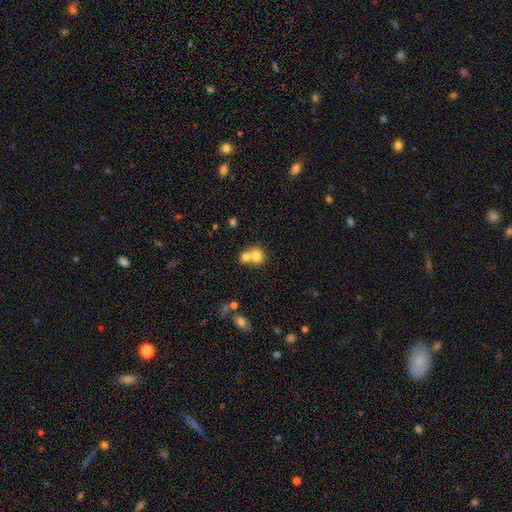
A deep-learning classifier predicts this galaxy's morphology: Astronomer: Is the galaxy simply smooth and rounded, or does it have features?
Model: smooth — 77%.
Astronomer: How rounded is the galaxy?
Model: round — 77%.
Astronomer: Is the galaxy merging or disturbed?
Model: merger — 58% (runner-up: none, 33%).